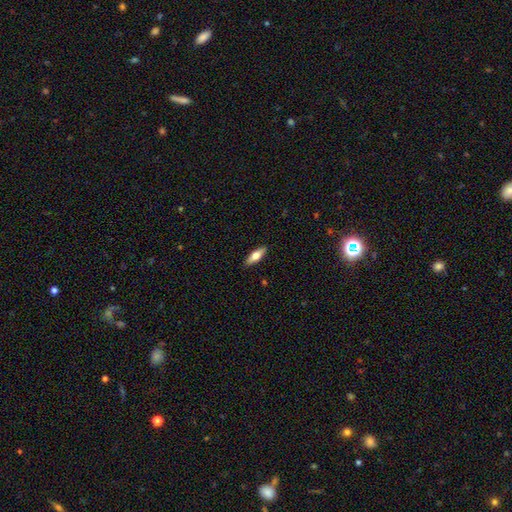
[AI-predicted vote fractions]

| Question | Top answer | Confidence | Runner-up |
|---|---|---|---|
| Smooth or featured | smooth | 57% | featured or disk (37%) |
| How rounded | in between | 51% | cigar-shaped (47%) |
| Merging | none | 90% | minor disturbance (7%) |